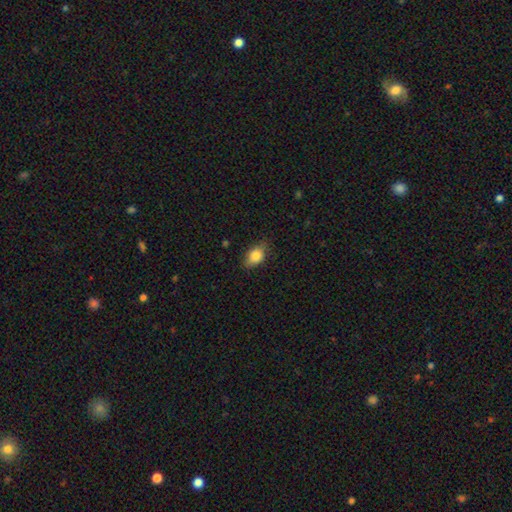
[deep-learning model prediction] smooth_or_featured: smooth (p=0.83) [alt: featured or disk p=0.09]
how_rounded: in between (p=0.81) [alt: round p=0.17]
merging: none (p=0.72) [alt: minor disturbance p=0.22]